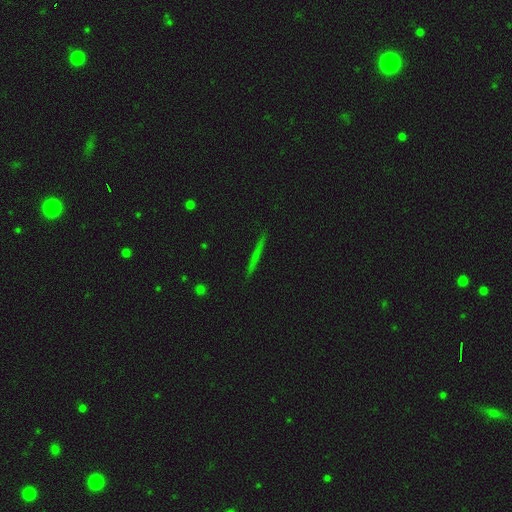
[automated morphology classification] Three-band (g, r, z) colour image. It shows a smooth galaxy with no disk features (47%). Merging: none (90%).